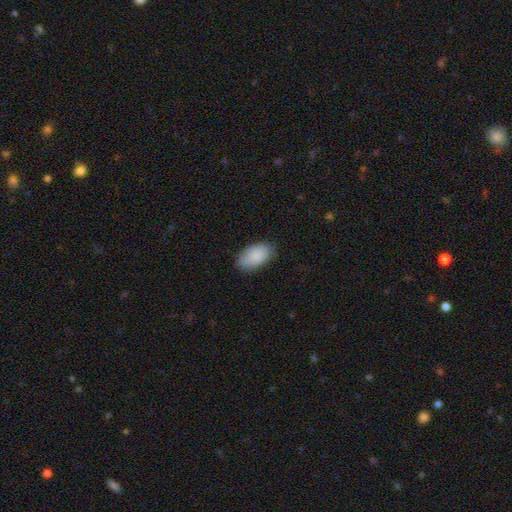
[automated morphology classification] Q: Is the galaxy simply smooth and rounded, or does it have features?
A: smooth — 89%.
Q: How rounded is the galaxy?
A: in between — 95%.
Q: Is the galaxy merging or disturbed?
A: none — 82%.